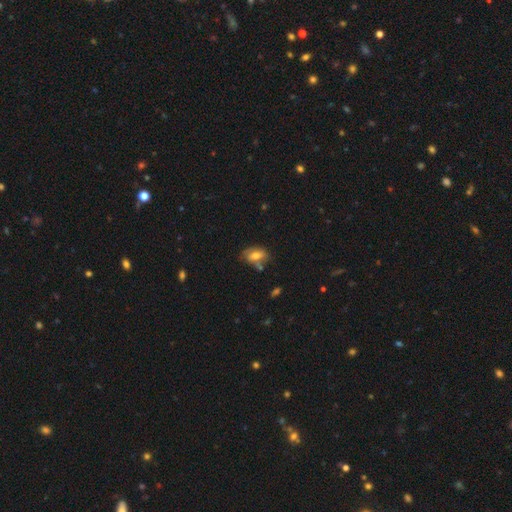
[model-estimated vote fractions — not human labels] Smooth or featured? smooth (59%)
How rounded? in between (85%)
Merging? none (61%)